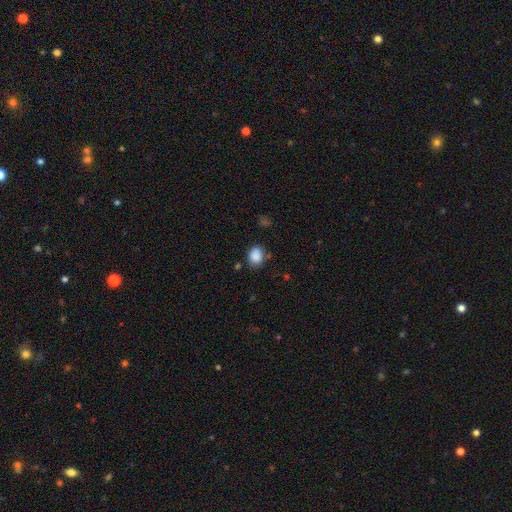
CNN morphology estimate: Smooth or featured: smooth — 87% (star or artifact — 9%)
How rounded: round — 50% (in between — 49%)
Merging: none — 76% (minor disturbance — 16%)